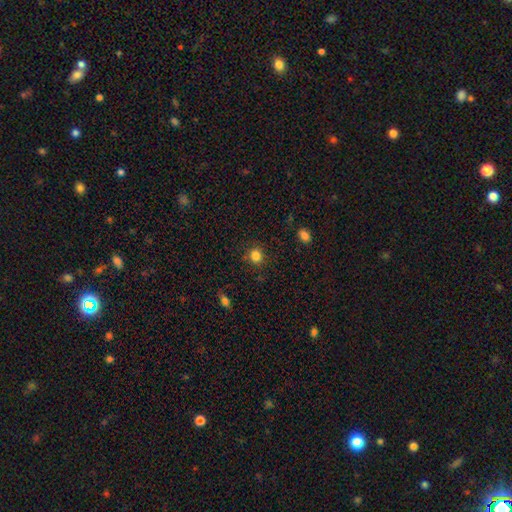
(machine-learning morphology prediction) smooth 84%, star or artifact 12%, featured or disk 4%. Down the decision tree: how rounded — round (85%); merging — none (86%).